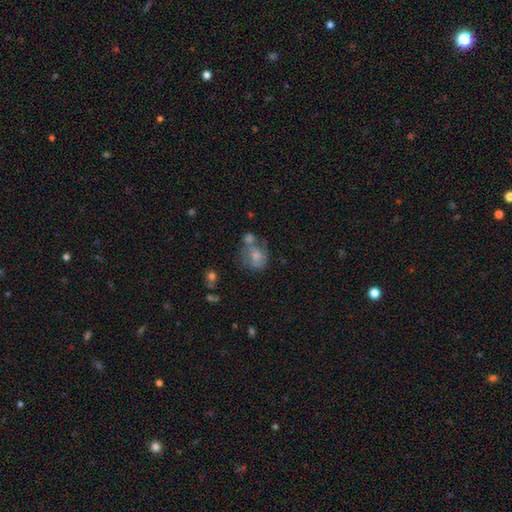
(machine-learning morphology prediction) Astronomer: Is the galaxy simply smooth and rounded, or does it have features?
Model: smooth — 57% (runner-up: featured or disk, 33%).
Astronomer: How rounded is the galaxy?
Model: round — 56% (runner-up: in between, 43%).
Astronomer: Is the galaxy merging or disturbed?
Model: none — 34%, tied with merger at 34%.